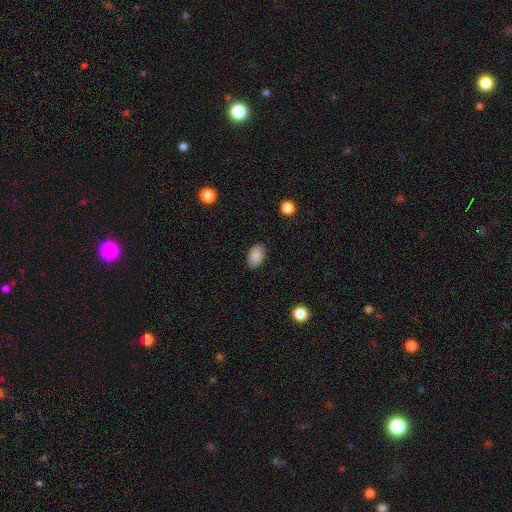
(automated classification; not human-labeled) A smooth galaxy with no disk features (88%) that is in between round and cigar-shaped (89%).

Vote fractions:
- Smooth or featured? smooth: 88% / star or artifact: 8% / featured or disk: 4%
- How rounded? in between: 89% / round: 9% / cigar-shaped: 1%
- Merging? none: 86% / minor disturbance: 11% / major disturbance: 3% / merger: 1%